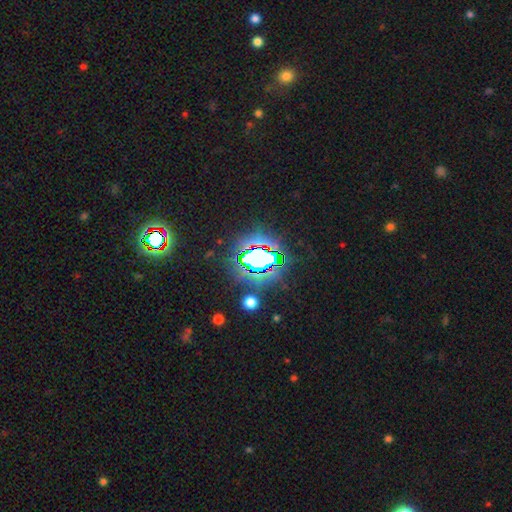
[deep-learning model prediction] A star or artifact, not a galaxy (71%).